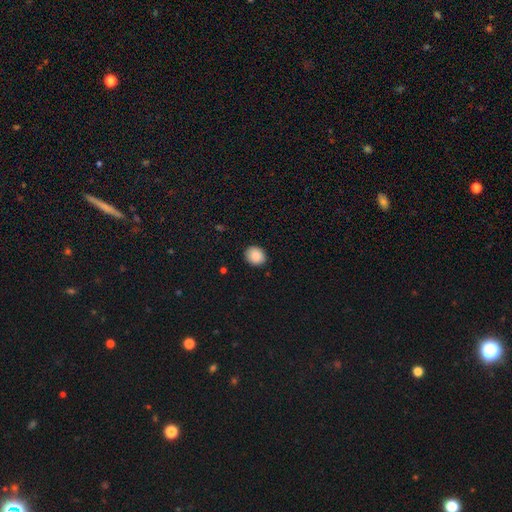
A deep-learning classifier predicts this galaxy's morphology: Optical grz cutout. It shows a smooth galaxy with no disk features (88%) that is round (63%). Merging: none (88%).